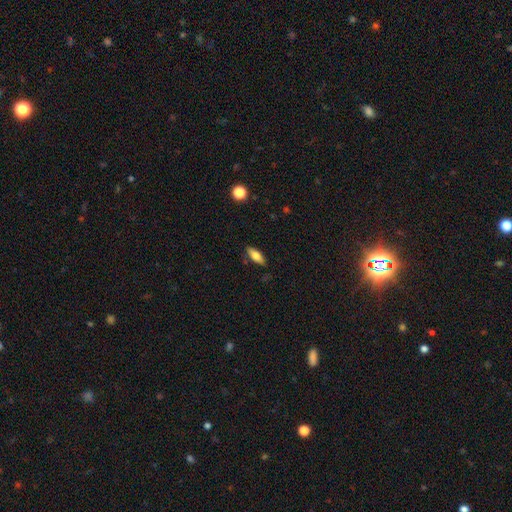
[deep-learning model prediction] Smooth or featured? smooth (71%)
How rounded? in between (75%)
Merging? none (83%)